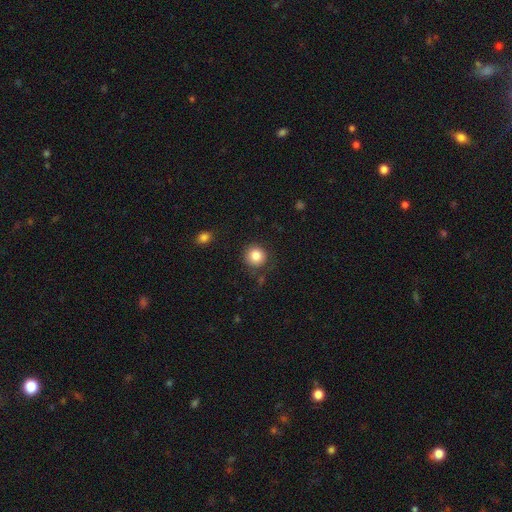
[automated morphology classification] A smooth galaxy with no disk features (84%) that is round (93%). Merging: none (85%).